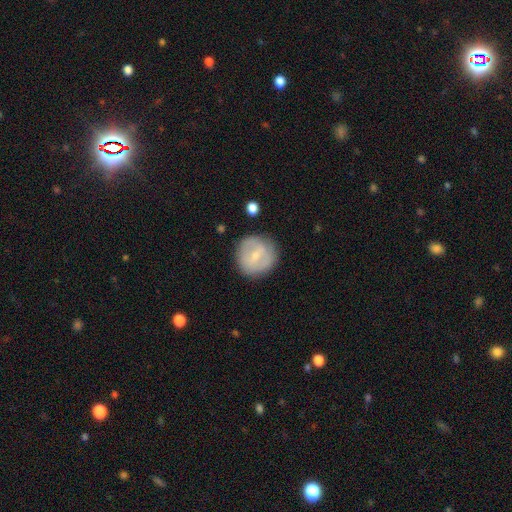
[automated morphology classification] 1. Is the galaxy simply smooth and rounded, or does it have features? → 51% smooth, 43% featured or disk, 6% star or artifact.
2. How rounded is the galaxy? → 89% round, 10% in between, 1% cigar-shaped.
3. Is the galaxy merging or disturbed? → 80% none, 14% minor disturbance, 5% major disturbance, 2% merger.